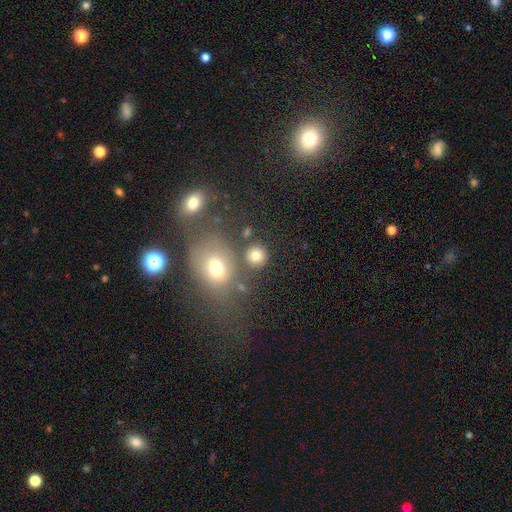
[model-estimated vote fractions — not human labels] Smooth or featured? smooth (78%)
How rounded? round (87%)
Merging? none (76%)